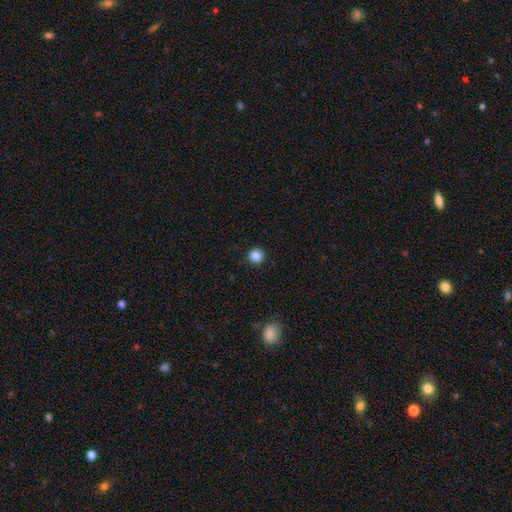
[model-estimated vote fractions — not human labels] Overall: smooth (85%). How rounded: round (94%). Merging: none (92%).